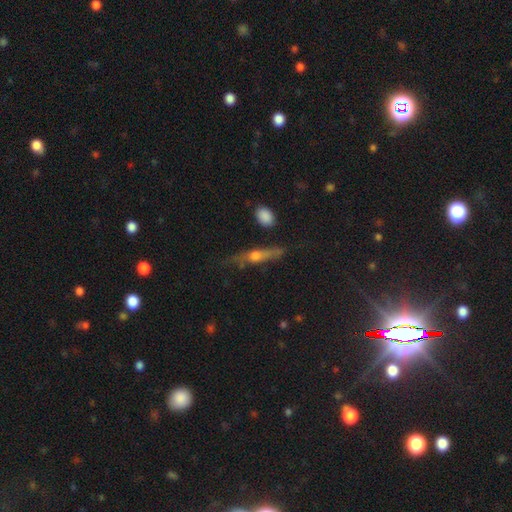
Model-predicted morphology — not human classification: smooth-or-featured: featured or disk: 62% | smooth: 25% | star or artifact: 13%
  disk-edge-on: yes: 87% | no: 13%
    edge-on-bulge: rounded: 89% | none: 6% | boxy: 5%
  merging: none: 74% | minor disturbance: 17% | major disturbance: 6% | merger: 3%